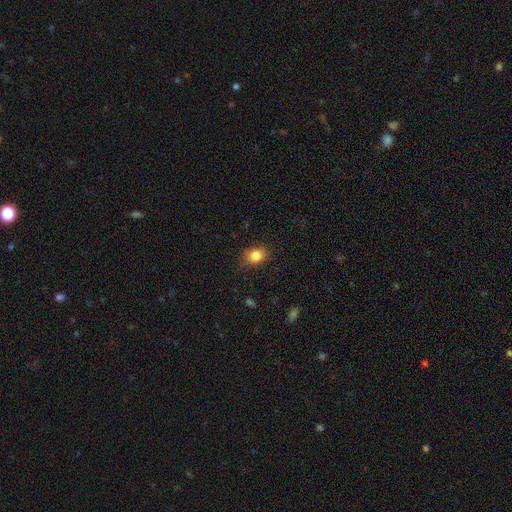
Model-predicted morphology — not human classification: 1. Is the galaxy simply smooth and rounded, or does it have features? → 84% smooth, 10% star or artifact, 6% featured or disk.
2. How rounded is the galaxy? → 50% in between, 49% round, 1% cigar-shaped.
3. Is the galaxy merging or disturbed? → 76% none, 18% minor disturbance, 4% major disturbance, 1% merger.